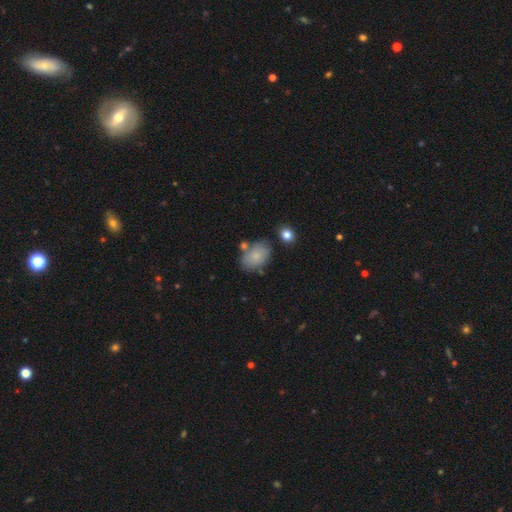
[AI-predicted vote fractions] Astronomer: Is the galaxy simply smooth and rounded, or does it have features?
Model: smooth — 77%.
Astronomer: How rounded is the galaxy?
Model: in between — 82%.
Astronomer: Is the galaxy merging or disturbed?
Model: none — 66%.